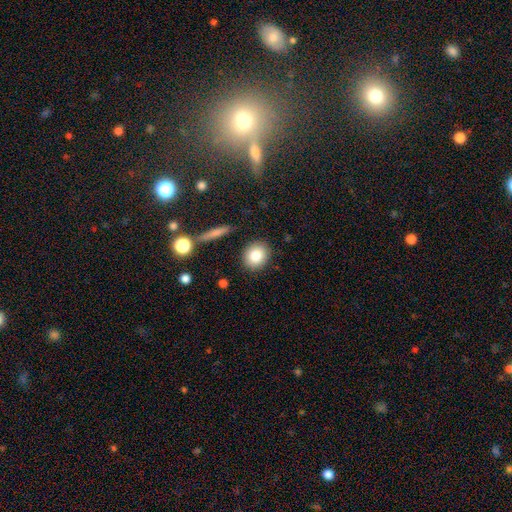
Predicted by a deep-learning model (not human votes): Smooth or featured? Predicted: smooth (p=0.83). How rounded? Predicted: round (p=0.74). Merging? Predicted: none (p=0.88).